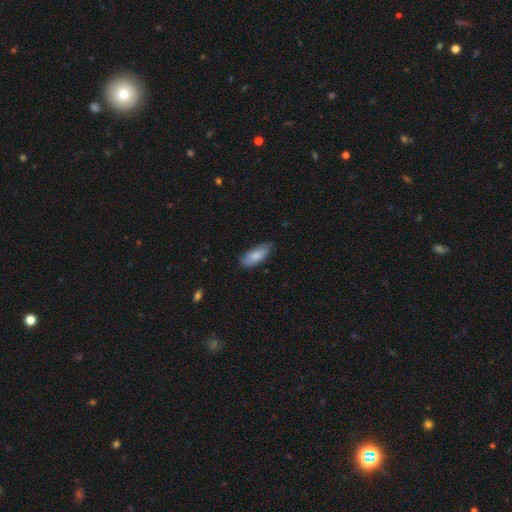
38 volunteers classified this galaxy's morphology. This appears to be a smooth galaxy with no disk features (82%) that is in between round and cigar-shaped (77%). Merging: none (53%).